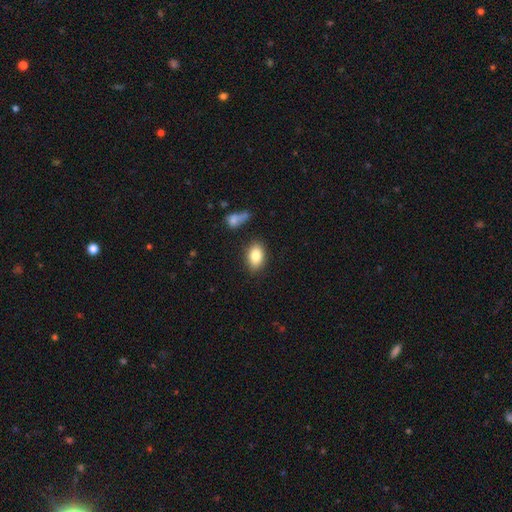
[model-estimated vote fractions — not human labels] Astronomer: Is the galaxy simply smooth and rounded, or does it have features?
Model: smooth — 83%.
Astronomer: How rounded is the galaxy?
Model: in between — 87%.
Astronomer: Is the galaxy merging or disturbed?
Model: none — 82%.